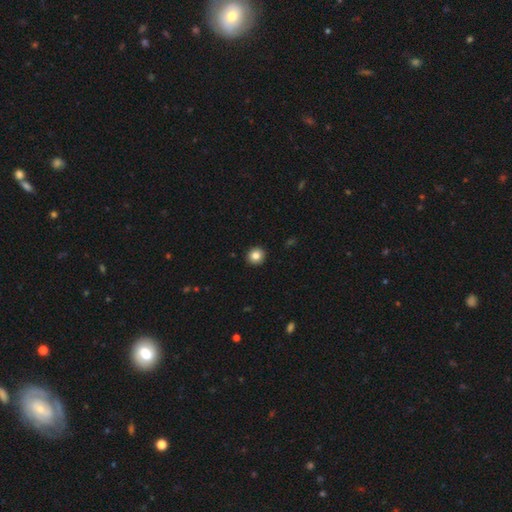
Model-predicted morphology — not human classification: This is clearly a smooth galaxy (84%). How rounded: clearly round (92%). Merging: clearly none (93%).